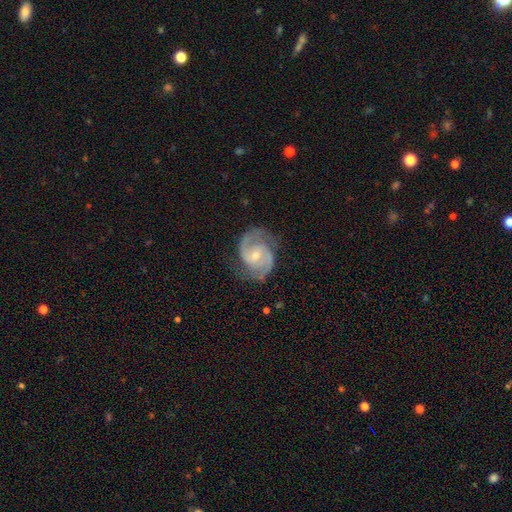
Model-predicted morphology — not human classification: Q: Smooth or featured?
A: featured or disk (90%); runner-up: smooth (5%)
Q: Edge-on disk?
A: no (98%); runner-up: yes (2%)
Q: Bar?
A: weak (47%); runner-up: no (44%)
Q: Spiral arms?
A: yes (98%); runner-up: no (2%)
Q: Spiral winding?
A: medium (58%); runner-up: tight (29%)
Q: Spiral arm count?
A: 2 (90%); runner-up: 3 (3%)
Q: Bulge size?
A: small (55%); runner-up: moderate (40%)
Q: Merging?
A: none (76%); runner-up: minor disturbance (17%)